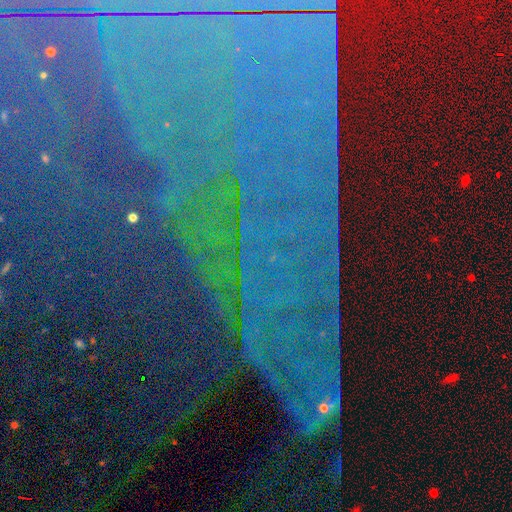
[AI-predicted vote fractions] This is clearly a star or artifact rather than a galaxy (86%).